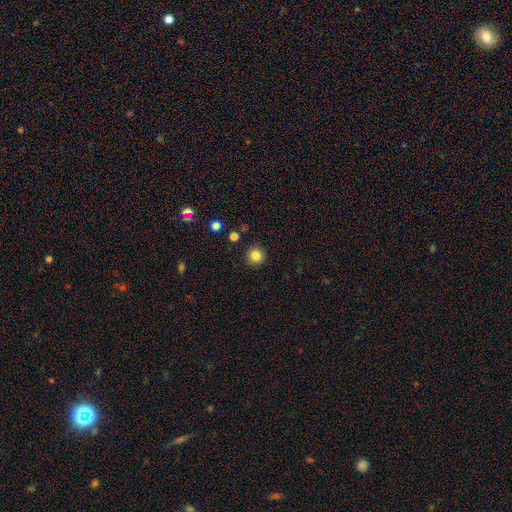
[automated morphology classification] The model was most divided on "smooth or featured": smooth: 83%, star or artifact: 11%, featured or disk: 6%. More confident: how rounded — round (93%); merging — none (91%).